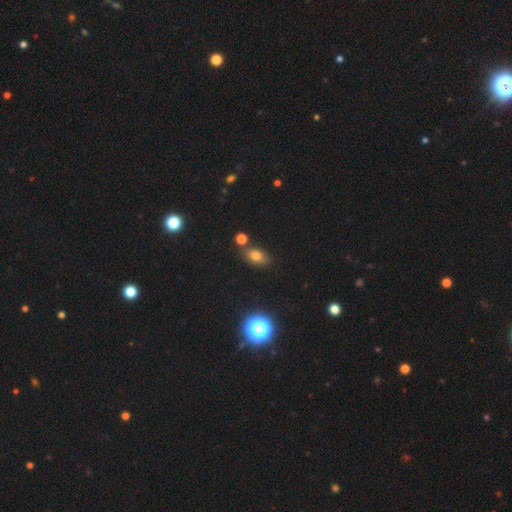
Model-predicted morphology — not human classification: The model was most divided on "smooth or featured": smooth: 71%, star or artifact: 18%, featured or disk: 11%. More confident: how rounded — in between (79%); merging — none (73%).